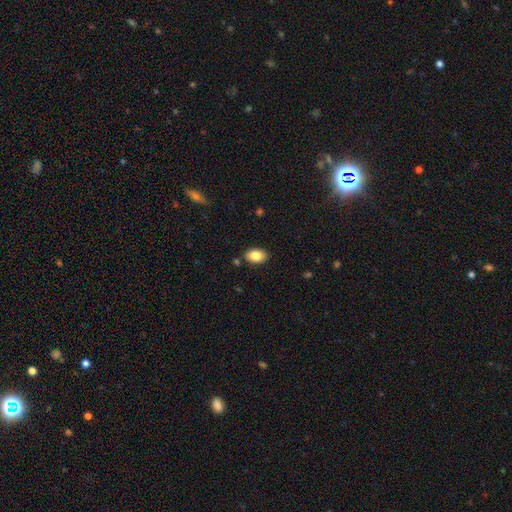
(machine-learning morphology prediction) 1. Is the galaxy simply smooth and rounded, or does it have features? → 84% smooth, 8% featured or disk, 7% star or artifact.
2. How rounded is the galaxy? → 88% in between, 11% round, 1% cigar-shaped.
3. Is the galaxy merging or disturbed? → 84% none, 10% minor disturbance, 3% merger, 2% major disturbance.